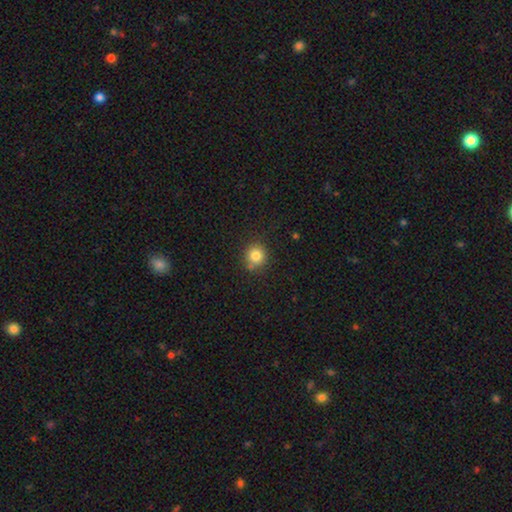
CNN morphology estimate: Smooth or featured?
  - smooth: 82% *
  - star or artifact: 12%
  - featured or disk: 6%
How rounded?
  - round: 91% *
  - in between: 8%
  - cigar-shaped: 1%
Merging?
  - none: 81% *
  - minor disturbance: 12%
  - merger: 4%
  - major disturbance: 3%